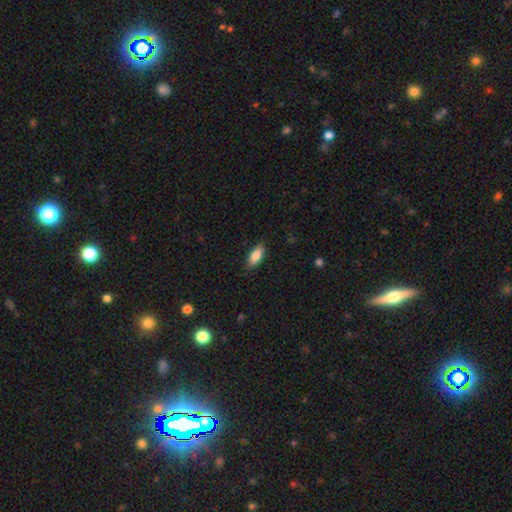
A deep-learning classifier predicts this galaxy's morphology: Smooth or featured? smooth (84%)
How rounded? in between (86%)
Merging? none (86%)